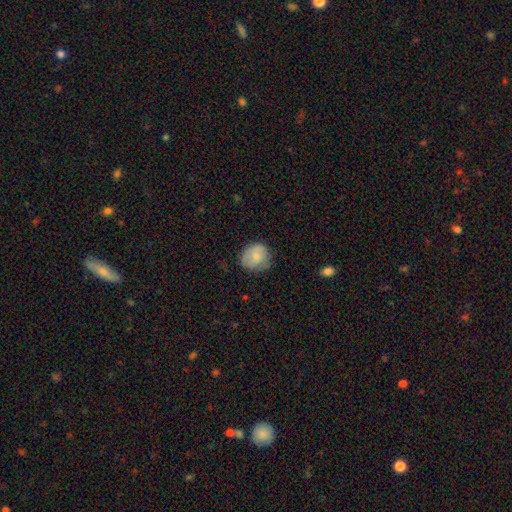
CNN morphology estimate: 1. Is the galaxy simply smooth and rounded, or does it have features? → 79% smooth, 14% featured or disk, 7% star or artifact.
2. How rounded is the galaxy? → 76% round, 23% in between, 1% cigar-shaped.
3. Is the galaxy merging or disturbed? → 68% none, 25% minor disturbance, 6% major disturbance, 1% merger.